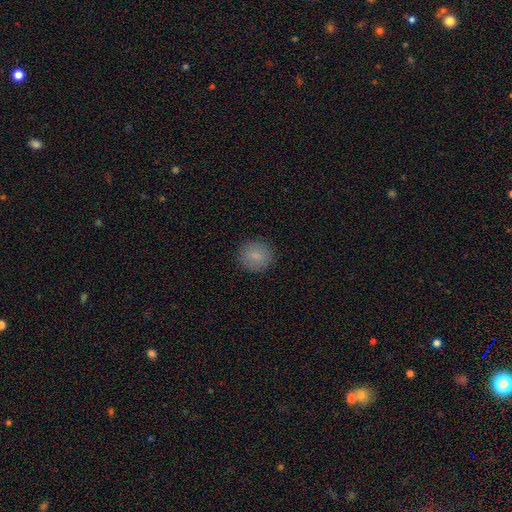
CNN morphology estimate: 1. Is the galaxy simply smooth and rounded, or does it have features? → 84% smooth, 8% star or artifact, 7% featured or disk.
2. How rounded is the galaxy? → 87% round, 12% in between, 1% cigar-shaped.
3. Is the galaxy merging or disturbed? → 89% none, 8% minor disturbance, 2% major disturbance, 1% merger.